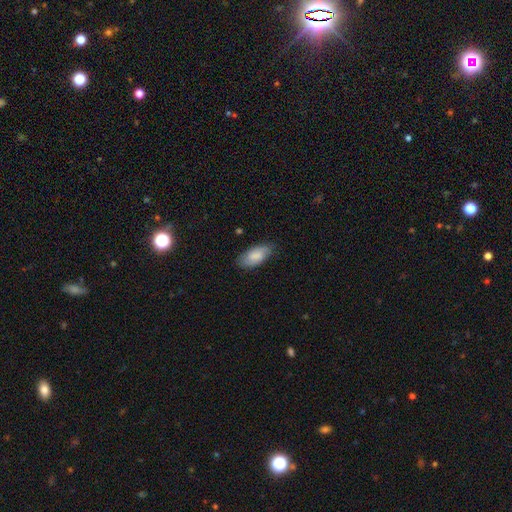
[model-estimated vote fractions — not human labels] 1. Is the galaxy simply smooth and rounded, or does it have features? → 81% smooth, 13% featured or disk, 6% star or artifact.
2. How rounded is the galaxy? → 92% in between, 6% cigar-shaped, 2% round.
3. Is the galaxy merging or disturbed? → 77% none, 19% minor disturbance, 3% major disturbance, 1% merger.